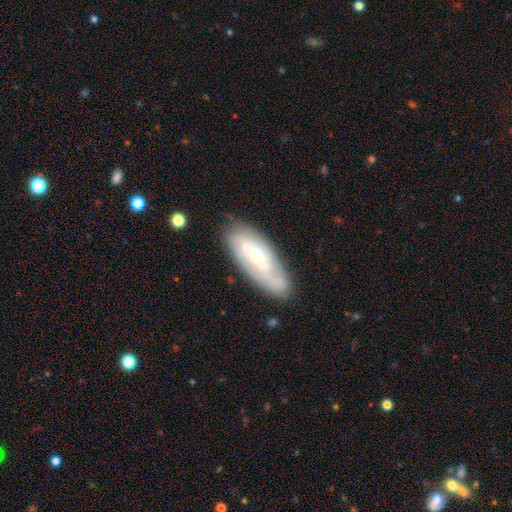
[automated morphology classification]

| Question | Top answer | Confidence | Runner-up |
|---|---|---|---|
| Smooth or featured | featured or disk | 61% | smooth (33%) |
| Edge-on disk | no | 86% | yes (14%) |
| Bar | no | 63% | weak (29%) |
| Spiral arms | yes | 80% | no (20%) |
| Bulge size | small | 67% | moderate (26%) |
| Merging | none | 72% | minor disturbance (19%) |